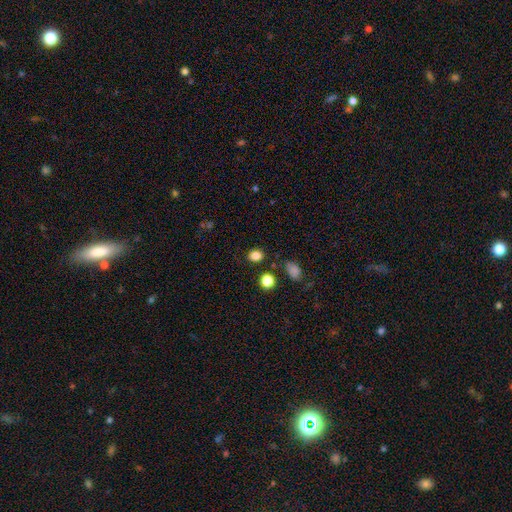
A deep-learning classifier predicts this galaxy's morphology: Q: Smooth or featured?
A: smooth (83%); runner-up: star or artifact (12%)
Q: How rounded?
A: round (57%); runner-up: in between (42%)
Q: Merging?
A: none (84%); runner-up: minor disturbance (10%)